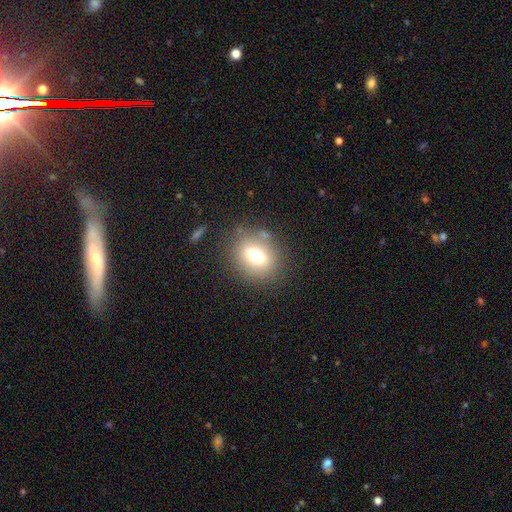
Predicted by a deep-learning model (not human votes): Smooth or featured? Predicted: smooth (p=0.69). How rounded? Predicted: in between (p=0.50). Merging? Predicted: none (p=0.77).